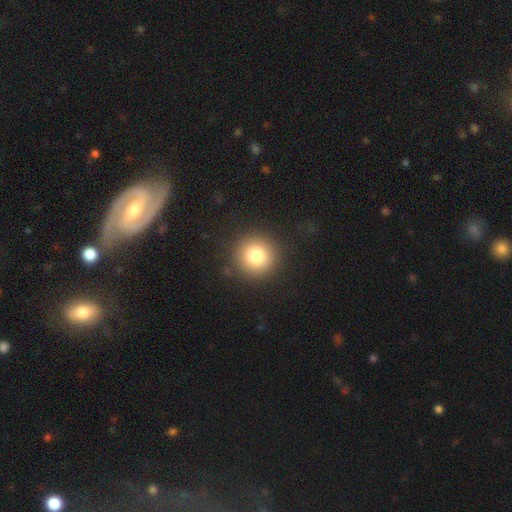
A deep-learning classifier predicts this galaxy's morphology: smooth 81%, star or artifact 11%, featured or disk 8%. Down the decision tree: how rounded — round (95%); merging — none (90%).